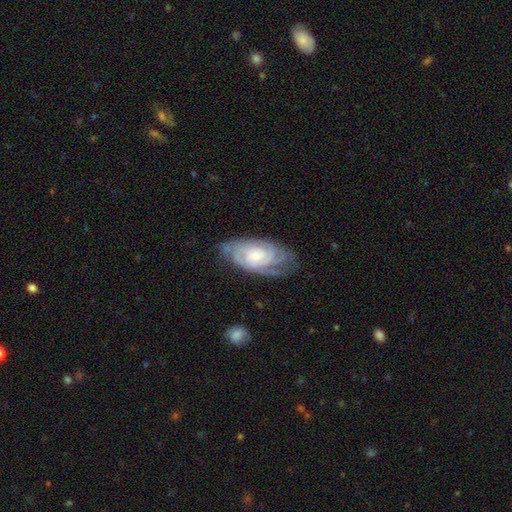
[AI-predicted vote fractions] featured or disk 83%, smooth 11%, star or artifact 6%. Down the decision tree: edge-on disk — no (95%); bar — no (66%); spiral arms — yes (97%); spiral arm count — can't tell (29%); spiral winding — tight (71%); bulge size — small (58%); merging — none (69%).